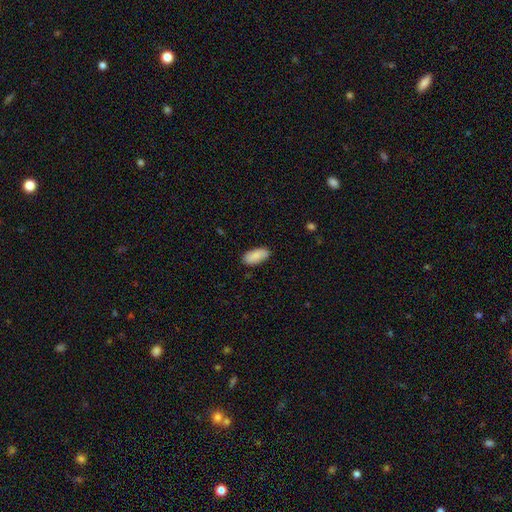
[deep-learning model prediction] A smooth galaxy with no disk features (87%) that is in between round and cigar-shaped (89%).

Vote fractions:
- Smooth or featured? smooth: 87% / featured or disk: 7% / star or artifact: 6%
- How rounded? in between: 89% / cigar-shaped: 9% / round: 2%
- Merging? none: 87% / minor disturbance: 10% / major disturbance: 2% / merger: 1%